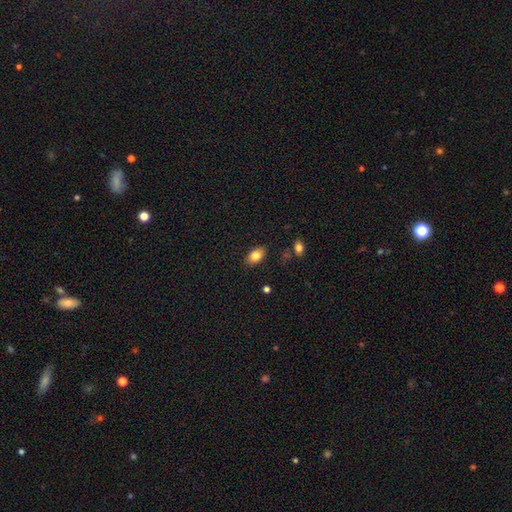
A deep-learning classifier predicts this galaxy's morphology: This is clearly a smooth galaxy (81%). How rounded: clearly in between (86%). Merging: clearly none (85%).